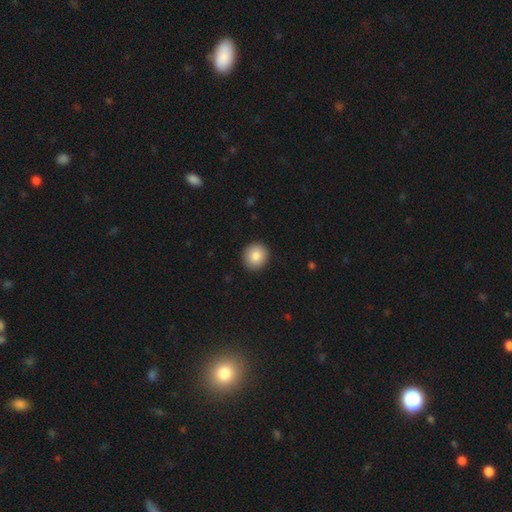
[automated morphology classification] The model was most divided on "smooth or featured": smooth: 86%, star or artifact: 8%, featured or disk: 6%. More confident: merging — none (93%); how rounded — round (92%).